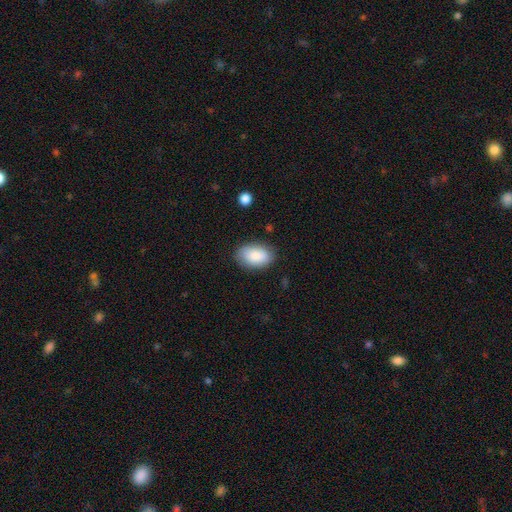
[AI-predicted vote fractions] Morphology: type=smooth (85%); roundness=in between (90%); merging=none (83%).